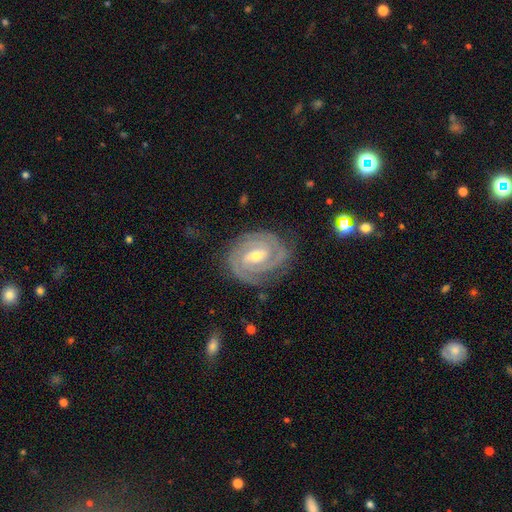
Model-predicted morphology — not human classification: Smooth or featured: featured or disk — 91% (star or artifact — 5%)
Edge-on disk: no — 97% (yes — 3%)
Bar: weak — 49% (strong — 28%)
Spiral arms: yes — 98% (no — 2%)
Spiral winding: tight — 76% (medium — 21%)
Spiral arm count: 2 — 73% (3 — 14%)
Bulge size: moderate — 54% (small — 43%)
Merging: none — 80% (minor disturbance — 14%)